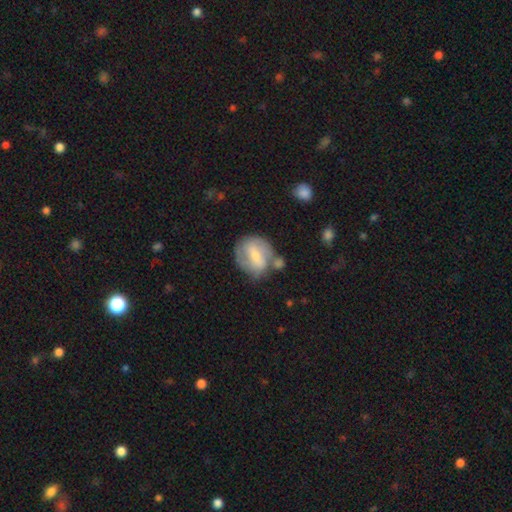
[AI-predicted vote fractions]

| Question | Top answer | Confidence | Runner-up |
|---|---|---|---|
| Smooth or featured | featured or disk | 53% | smooth (41%) |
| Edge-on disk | no | 95% | yes (5%) |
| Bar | weak | 46% | strong (33%) |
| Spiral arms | yes | 60% | no (40%) |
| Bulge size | small | 48% | moderate (44%) |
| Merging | none | 49% | minor disturbance (21%) |